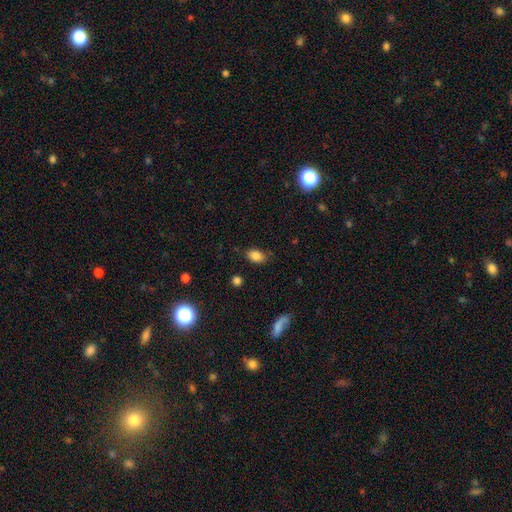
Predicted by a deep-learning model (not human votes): A smooth galaxy with no disk features (85%) that is in between round and cigar-shaped (85%). Merging: none (81%).